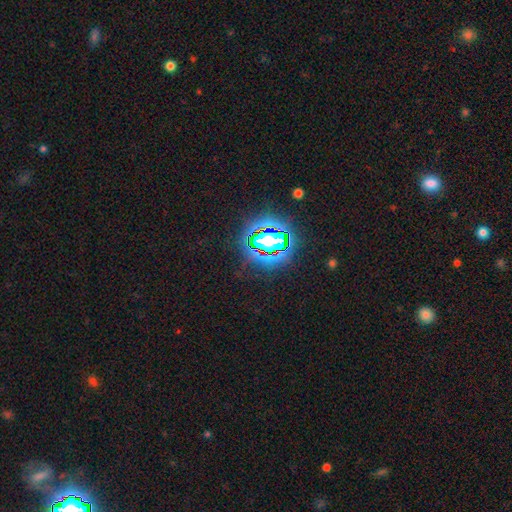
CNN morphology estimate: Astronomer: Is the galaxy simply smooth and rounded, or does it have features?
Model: star or artifact — 75%.